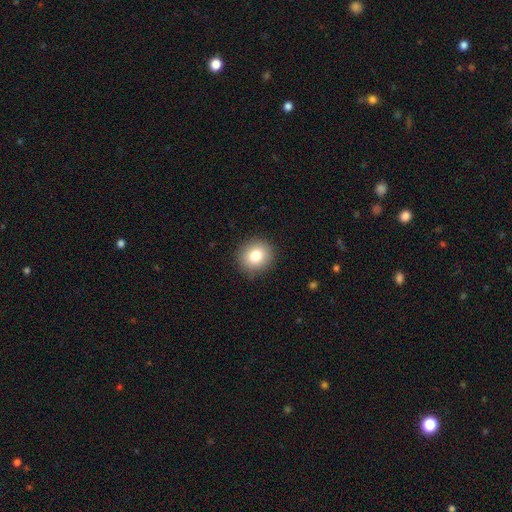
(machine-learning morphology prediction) Smooth or featured?
  - smooth: 81% *
  - star or artifact: 10%
  - featured or disk: 9%
How rounded?
  - round: 82% *
  - in between: 17%
  - cigar-shaped: 1%
Merging?
  - none: 89% *
  - minor disturbance: 8%
  - major disturbance: 2%
  - merger: 1%